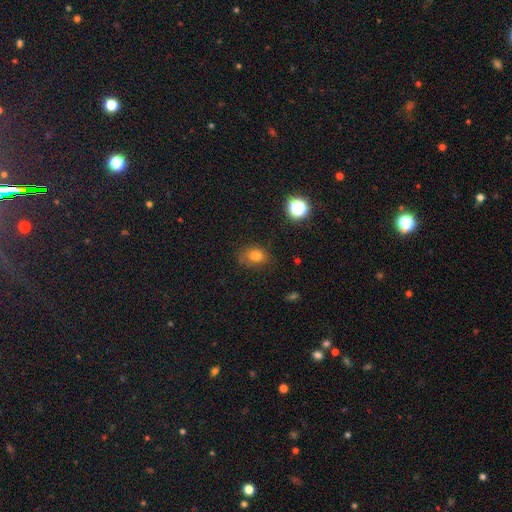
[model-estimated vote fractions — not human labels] smooth 78%, star or artifact 14%, featured or disk 7%. Down the decision tree: how rounded — in between (65%); merging — none (68%).